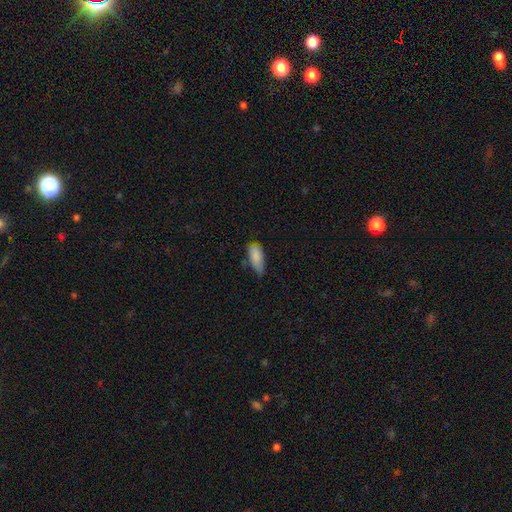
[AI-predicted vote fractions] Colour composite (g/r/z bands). It shows a smooth galaxy with no disk features (85%) that is in between round and cigar-shaped (80%). Merging: none (45%).